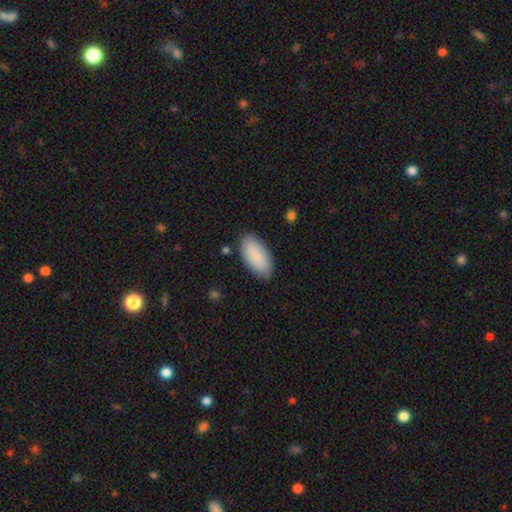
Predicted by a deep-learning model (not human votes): This is clearly a smooth galaxy (89%). How rounded: clearly in between (93%). Merging: clearly none (86%).